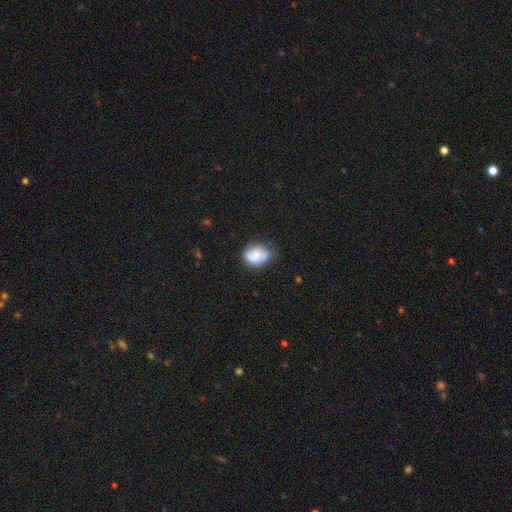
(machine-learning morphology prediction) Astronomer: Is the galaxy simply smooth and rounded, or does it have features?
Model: smooth — 72%.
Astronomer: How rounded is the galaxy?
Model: in between — 61% (runner-up: round, 37%).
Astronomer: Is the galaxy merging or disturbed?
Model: none — 50% (runner-up: minor disturbance, 36%).